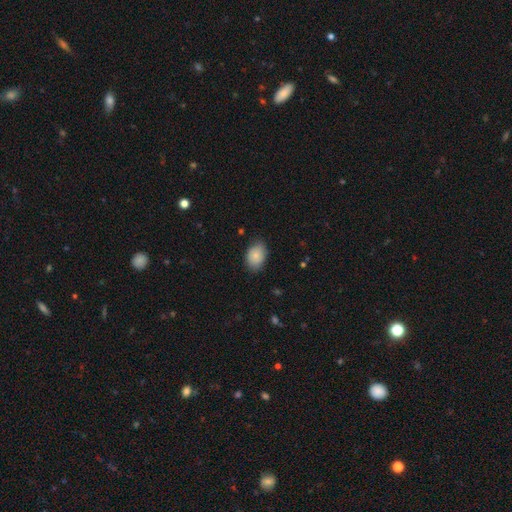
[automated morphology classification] type=smooth (85%); roundness=in between (78%); merging=none (76%).